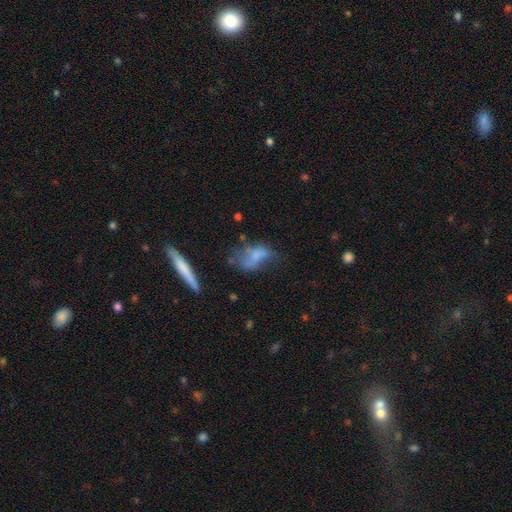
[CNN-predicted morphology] smooth-or-featured: smooth: 45% | featured or disk: 42% | star or artifact: 12%
  merging: major disturbance: 32% | none: 30% | minor disturbance: 24% | merger: 14%